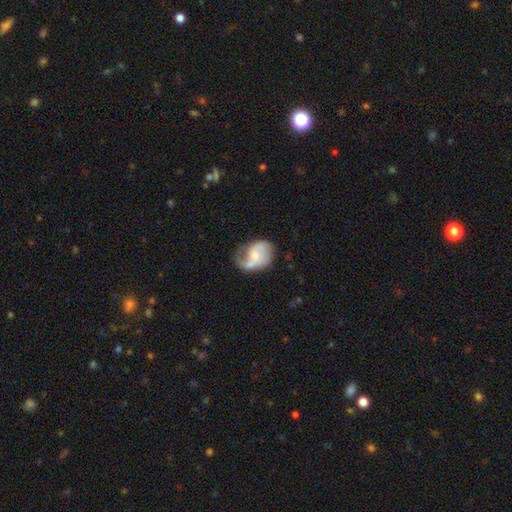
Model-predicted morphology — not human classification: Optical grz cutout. It shows a featured or disk galaxy (62%) with no bar (57%), 2 (62%) medium (42%) spiral arms (83%) and a small central bulge (49%). Merging: none (38%).